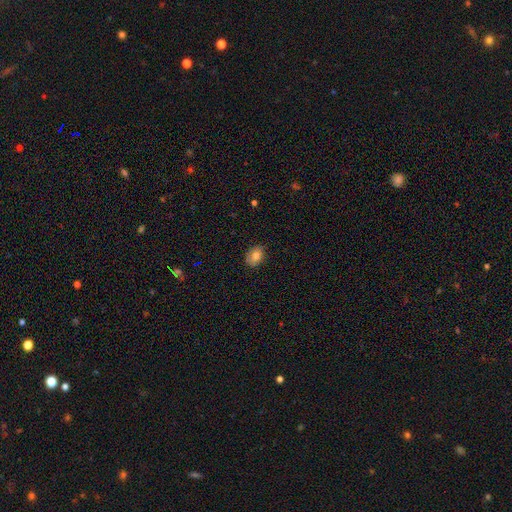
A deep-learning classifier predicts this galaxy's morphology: Smooth or featured? Predicted: smooth (p=0.79). How rounded? Predicted: in between (p=0.75). Merging? Predicted: none (p=0.79).